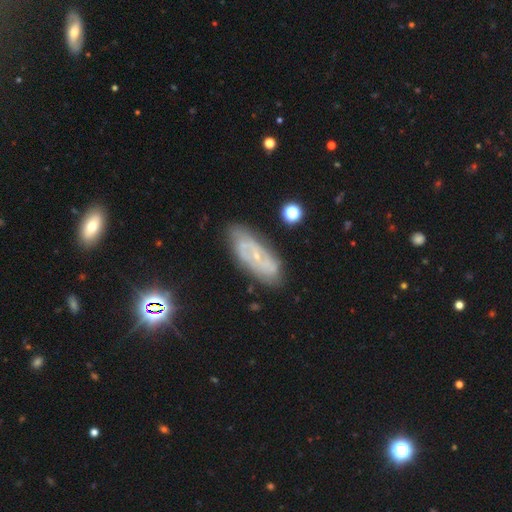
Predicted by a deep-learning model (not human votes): Smooth or featured?
  - featured or disk: 71% *
  - smooth: 20%
  - star or artifact: 9%
Edge-on disk?
  - no: 89% *
  - yes: 11%
Bar?
  - no: 52% *
  - weak: 36%
  - strong: 11%
Spiral arms?
  - yes: 81% *
  - no: 19%
Spiral winding?
  - tight: 46% *
  - medium: 38%
  - loose: 17%
Spiral arm count?
  - 2: 51% *
  - can't tell: 35%
  - 3: 6%
  - 1: 3%
  - 4: 3%
  - more than 4: 2%
Bulge size?
  - small: 77% *
  - moderate: 14%
  - none: 7%
  - large: 1%
  - dominant: 1%
Merging?
  - none: 77% *
  - minor disturbance: 16%
  - major disturbance: 4%
  - merger: 2%